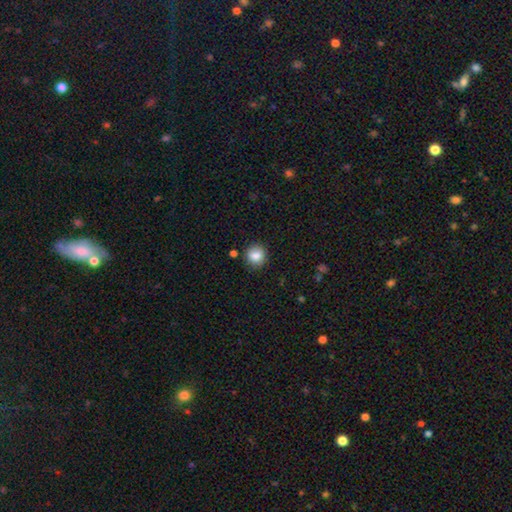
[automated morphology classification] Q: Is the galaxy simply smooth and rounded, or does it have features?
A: smooth — 85%.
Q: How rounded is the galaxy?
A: round — 85%.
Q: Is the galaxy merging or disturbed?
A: none — 86%.